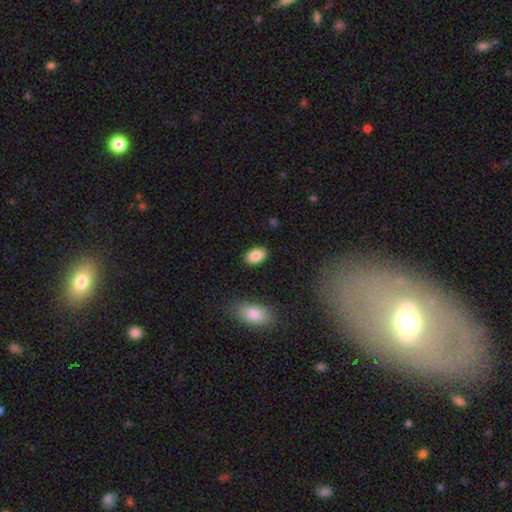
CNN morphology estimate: A smooth galaxy with no disk features (86%) that is in between round and cigar-shaped (87%). Merging: none (87%).